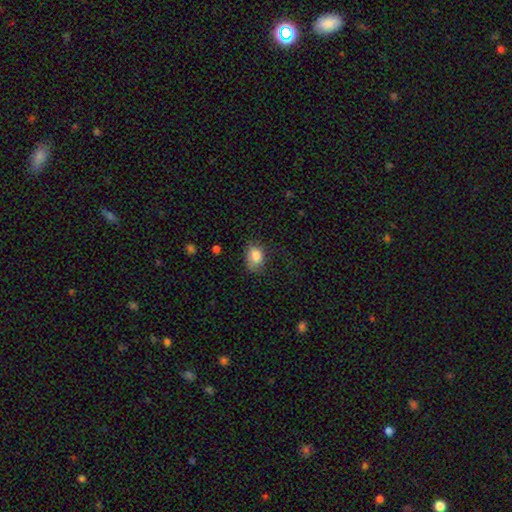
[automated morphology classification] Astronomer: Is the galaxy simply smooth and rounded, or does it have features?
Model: smooth — 83%.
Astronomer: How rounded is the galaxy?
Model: in between — 67%.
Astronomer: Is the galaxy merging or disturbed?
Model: none — 60%.